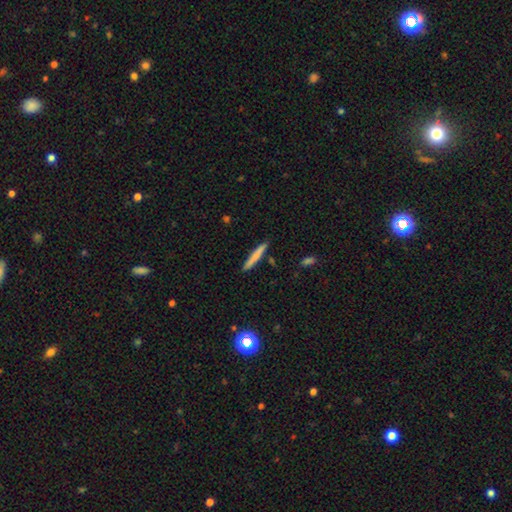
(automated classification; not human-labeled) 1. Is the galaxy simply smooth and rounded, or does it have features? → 72% smooth, 22% featured or disk, 6% star or artifact.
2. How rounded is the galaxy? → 95% cigar-shaped, 4% in between, 1% round.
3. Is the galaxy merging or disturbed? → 87% none, 9% minor disturbance, 2% merger, 2% major disturbance.